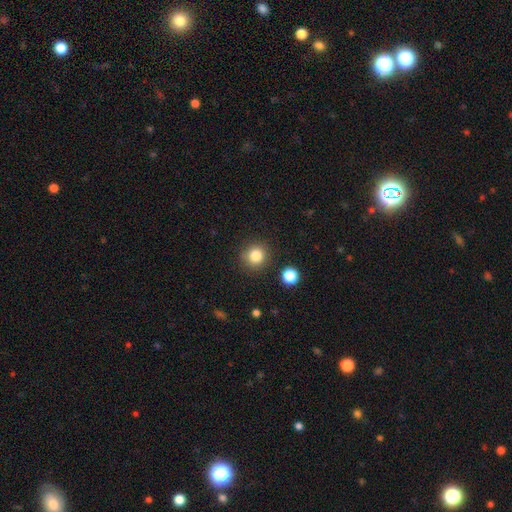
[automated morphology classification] smooth 83%, star or artifact 11%, featured or disk 6%. Down the decision tree: how rounded — round (91%); merging — none (88%).